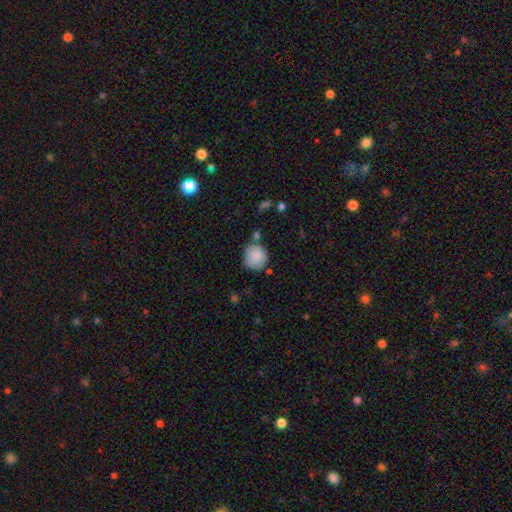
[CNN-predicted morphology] smooth 87%, star or artifact 8%, featured or disk 5%. Down the decision tree: how rounded — round (91%); merging — none (71%).